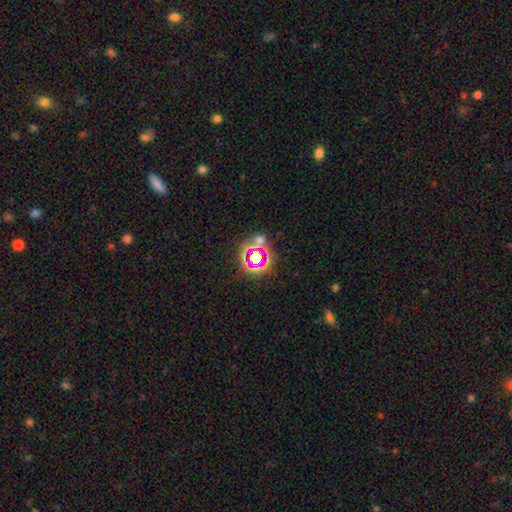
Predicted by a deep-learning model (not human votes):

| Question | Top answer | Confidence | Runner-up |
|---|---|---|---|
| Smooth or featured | star or artifact | 61% | smooth (27%) |